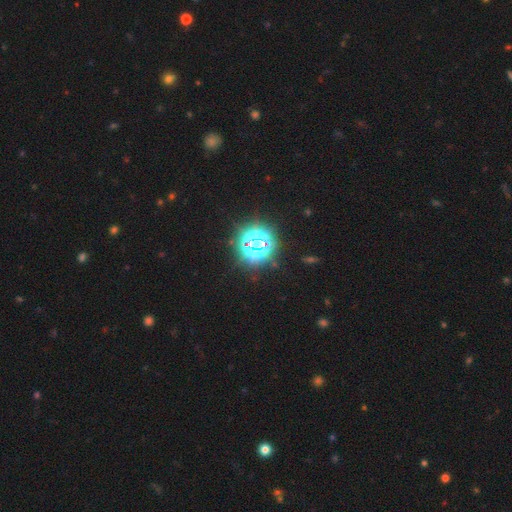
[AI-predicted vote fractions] Smooth or featured? star or artifact (79%)